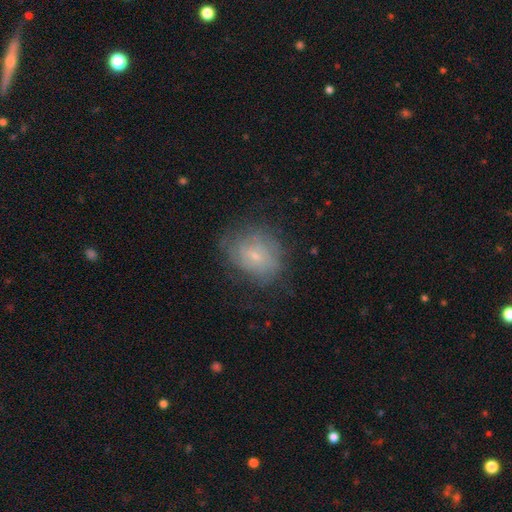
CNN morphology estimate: Smooth or featured? featured or disk (48%)
Merging? none (65%)